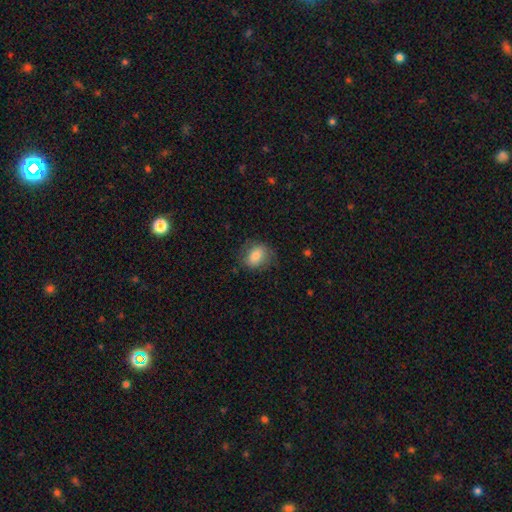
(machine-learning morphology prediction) smooth-or-featured: smooth: 75% | featured or disk: 17% | star or artifact: 8%
  how-rounded: in between: 54% | round: 45% | cigar-shaped: 1%
  merging: none: 72% | minor disturbance: 19% | major disturbance: 8% | merger: 1%